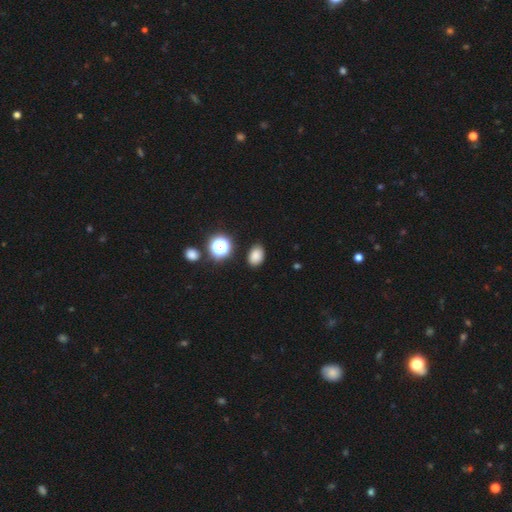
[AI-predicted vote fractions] This is clearly a smooth galaxy (82%). How rounded: likely in between (78%). Merging: clearly none (85%).